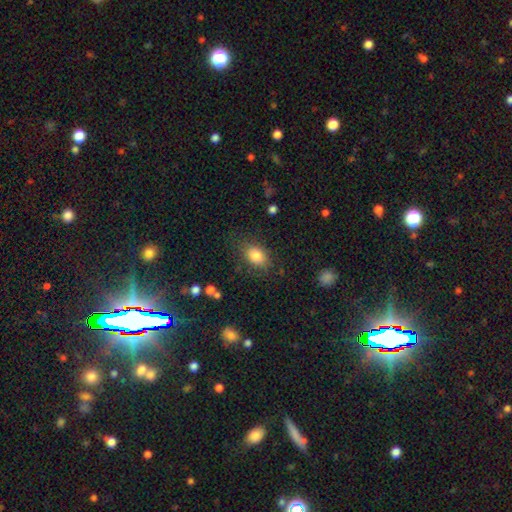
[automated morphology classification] The model was most divided on "how rounded": in between: 79%, round: 20%, cigar-shaped: 2%. More confident: smooth or featured — smooth (82%); merging — none (77%).